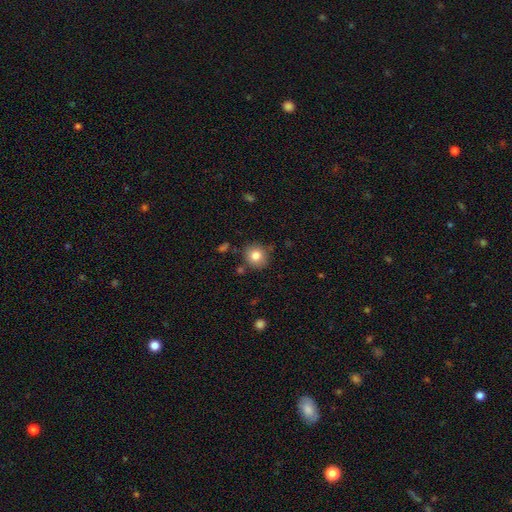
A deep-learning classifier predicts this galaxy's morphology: Smooth or featured? Predicted: smooth (p=0.81). How rounded? Predicted: round (p=0.88). Merging? Predicted: none (p=0.83).